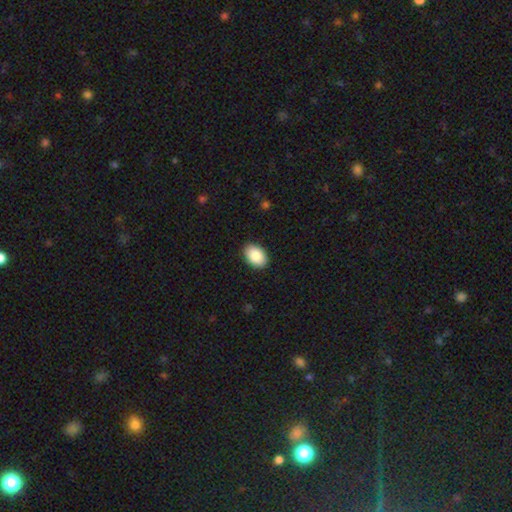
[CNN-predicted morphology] The model was most divided on "how rounded": in between: 88%, round: 11%, cigar-shaped: 1%. More confident: merging — none (90%); smooth or featured — smooth (89%).